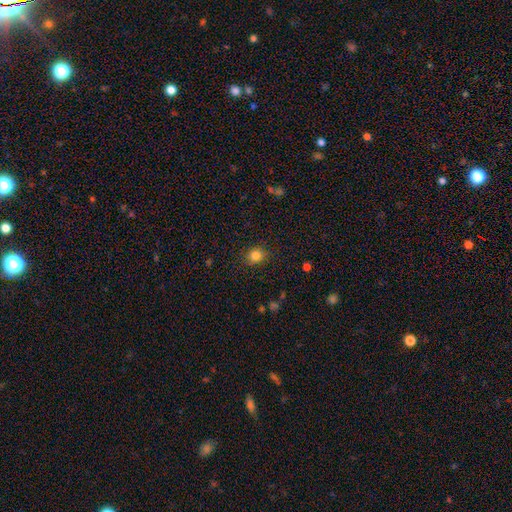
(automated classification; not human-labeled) A smooth galaxy with no disk features (83%) that is round (70%). Merging: none (87%).